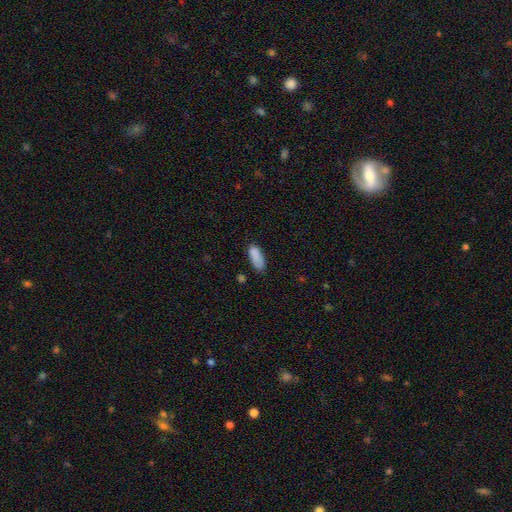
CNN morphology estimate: Overall: smooth (87%). How rounded: in between (80%). Merging: none (70%).